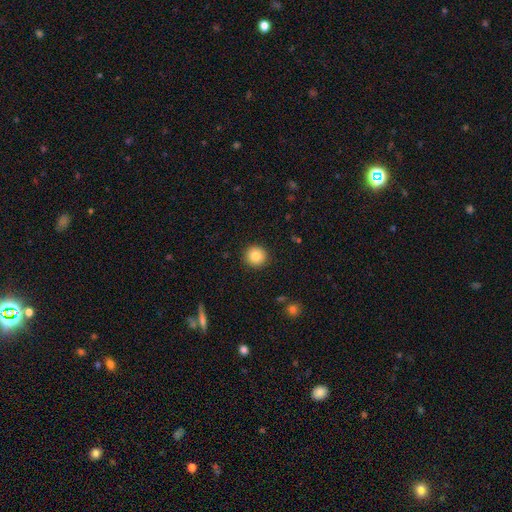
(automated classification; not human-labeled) smooth_or_featured: smooth (p=0.85) [alt: star or artifact p=0.09]
how_rounded: round (p=0.93) [alt: in between p=0.06]
merging: none (p=0.91) [alt: minor disturbance p=0.06]